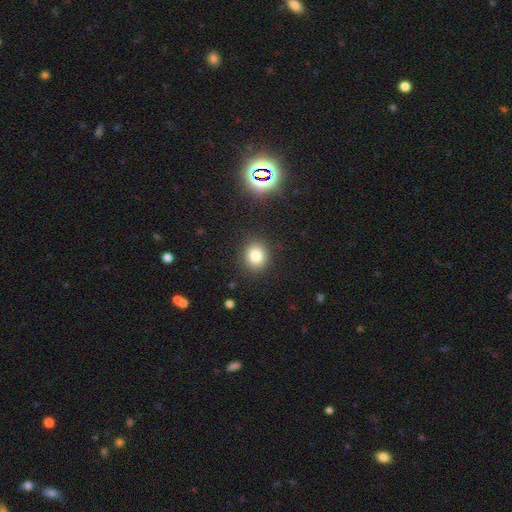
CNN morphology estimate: The model was most divided on "how rounded": round: 75%, in between: 24%, cigar-shaped: 1%. More confident: merging — none (88%); smooth or featured — smooth (81%).